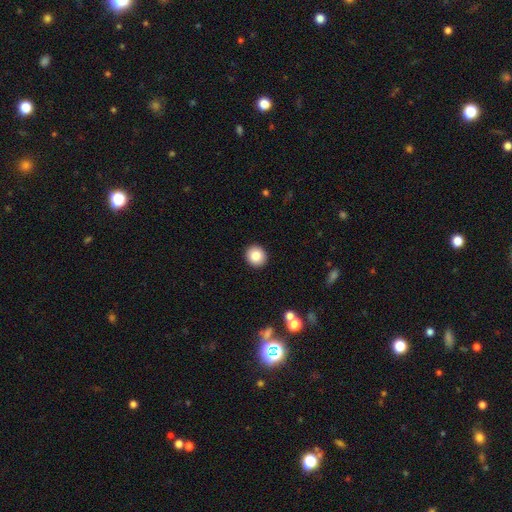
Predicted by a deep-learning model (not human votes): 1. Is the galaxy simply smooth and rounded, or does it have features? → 85% smooth, 9% star or artifact, 6% featured or disk.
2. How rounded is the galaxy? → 87% round, 12% in between, 1% cigar-shaped.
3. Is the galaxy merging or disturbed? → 93% none, 5% minor disturbance, 2% major disturbance, 1% merger.